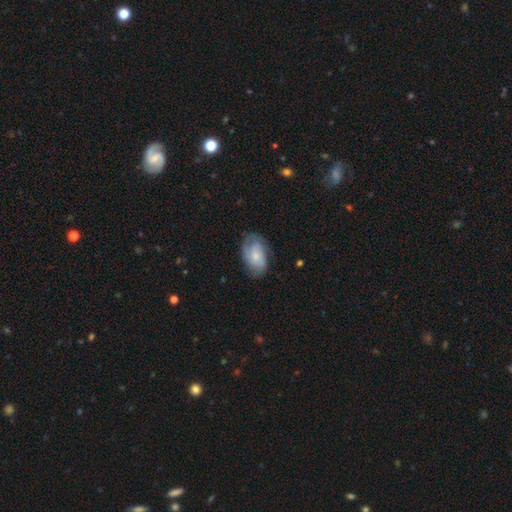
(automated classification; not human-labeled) Overall: featured or disk (50%; smooth 43%). Edge-on disk: no (96%). Merging: none (65%).